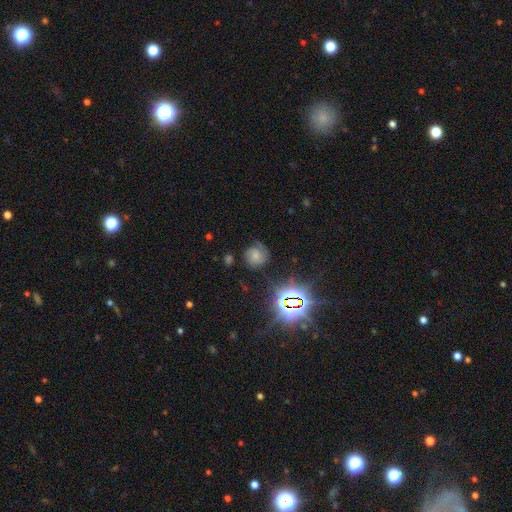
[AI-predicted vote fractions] smooth-or-featured: featured or disk: 49% | smooth: 30% | star or artifact: 22%
  merging: none: 67% | minor disturbance: 20% | major disturbance: 10% | merger: 2%